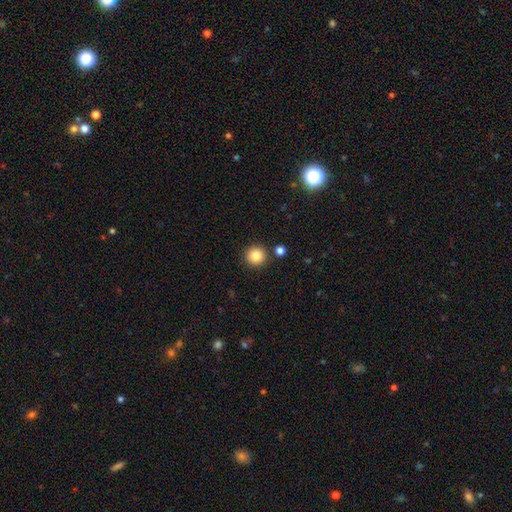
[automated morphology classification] This is clearly a smooth galaxy (85%). How rounded: clearly round (95%). Merging: clearly none (89%).